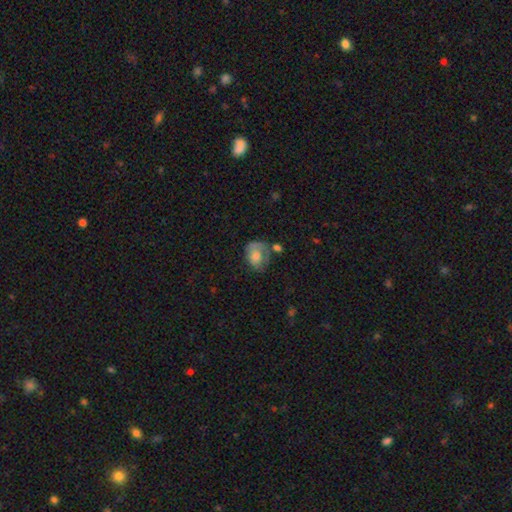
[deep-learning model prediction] A smooth galaxy with no disk features (60%) that is in between round and cigar-shaped (60%).

Vote fractions:
- Smooth or featured? smooth: 60% / featured or disk: 31% / star or artifact: 9%
- How rounded? in between: 60% / round: 39% / cigar-shaped: 1%
- Merging? none: 36% / minor disturbance: 30% / major disturbance: 23% / merger: 11%